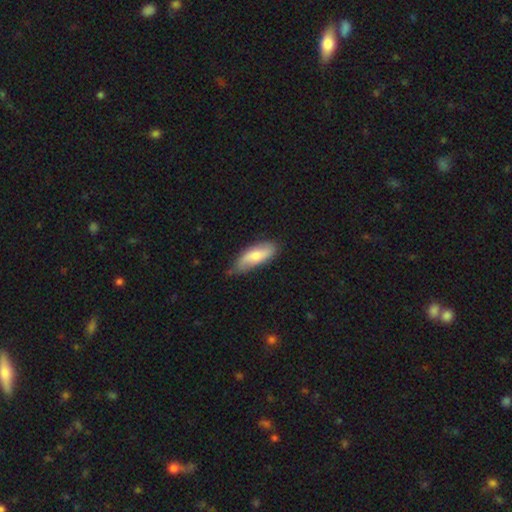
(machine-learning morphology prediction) type=smooth (66%); roundness=in between (71%); merging=none (65%).